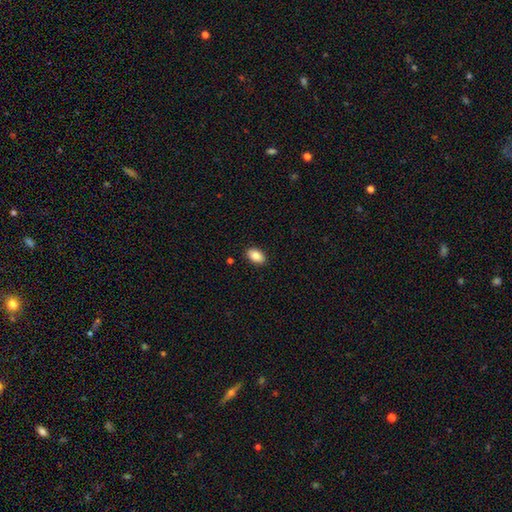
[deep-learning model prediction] smooth 85%, featured or disk 8%, star or artifact 7%. Down the decision tree: how rounded — in between (92%); merging — none (89%).